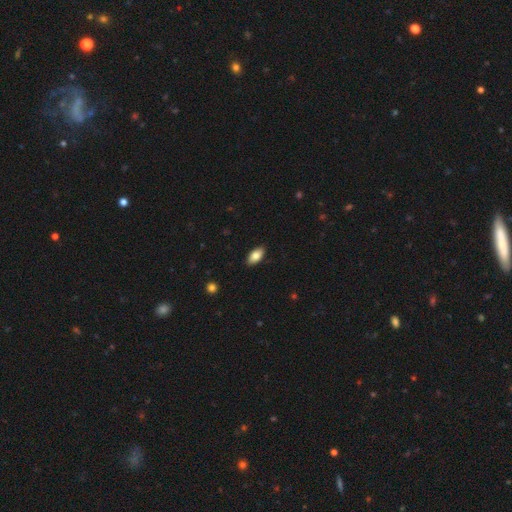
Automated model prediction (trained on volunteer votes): A smooth galaxy with no disk features (84%) that is in between round and cigar-shaped (93%). Merging: none (89%).